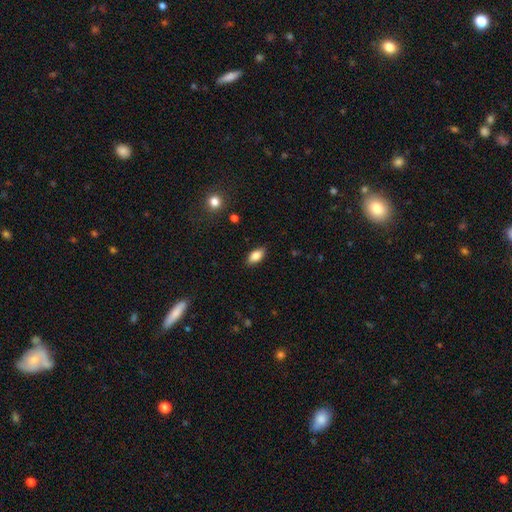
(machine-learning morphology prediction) Smooth or featured: smooth — 85% (star or artifact — 8%)
How rounded: in between — 90% (cigar-shaped — 6%)
Merging: none — 86% (minor disturbance — 10%)